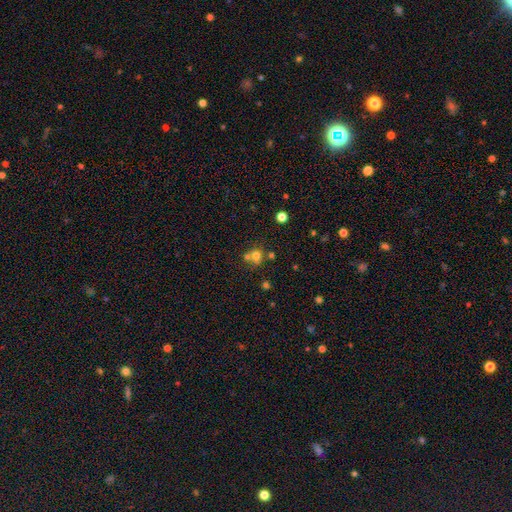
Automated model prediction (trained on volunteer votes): A smooth galaxy with no disk features (69%) that is round (84%).

Vote fractions:
- Smooth or featured? smooth: 69% / star or artifact: 18% / featured or disk: 13%
- How rounded? round: 84% / in between: 15% / cigar-shaped: 1%
- Merging? none: 49% / merger: 39% / minor disturbance: 8% / major disturbance: 4%